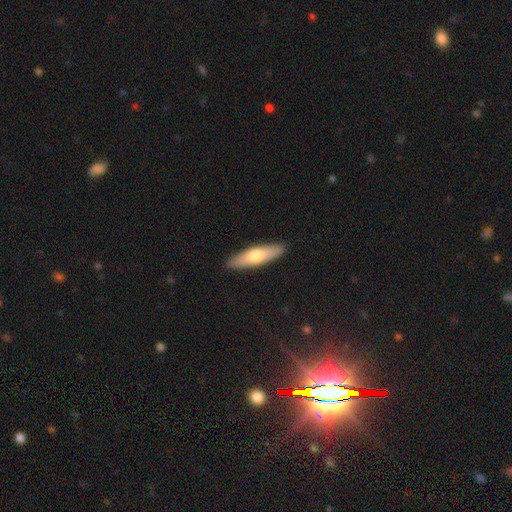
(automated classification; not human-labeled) The model was most divided on "how rounded": cigar-shaped: 62%, in between: 36%, round: 2%. More confident: merging — none (90%); smooth or featured — smooth (63%).